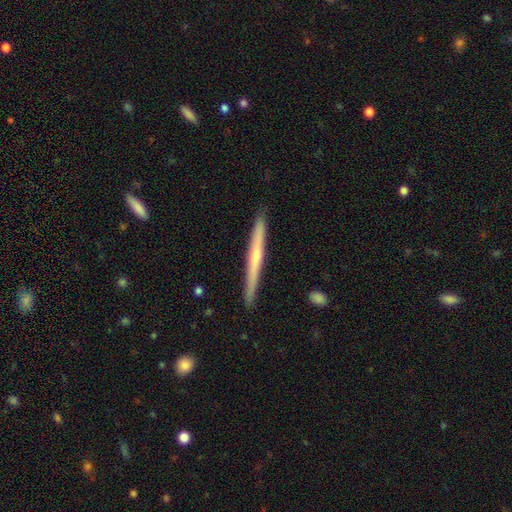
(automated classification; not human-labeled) Morphology: type=featured or disk (57%); edge-on=yes (97%); edge-on bulge=none (49%); merging=none (90%).